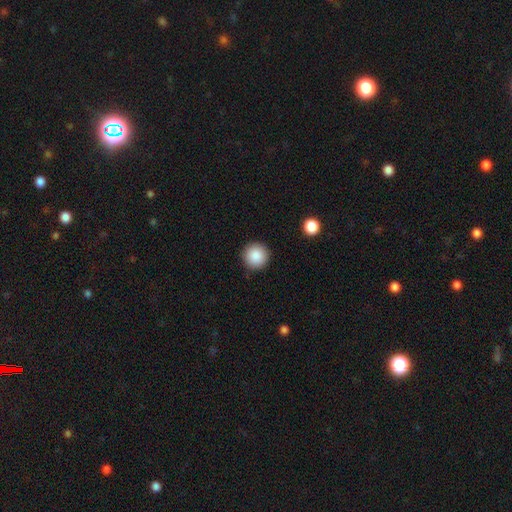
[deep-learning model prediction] A smooth galaxy with no disk features (87%) that is round (96%). Merging: none (91%).